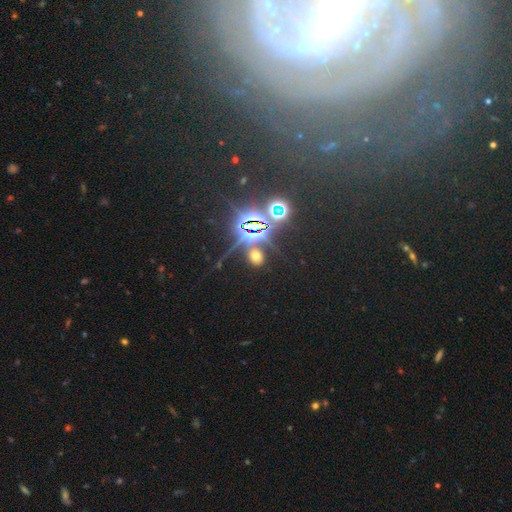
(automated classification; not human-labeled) Overall: star or artifact (49%; smooth 40%).